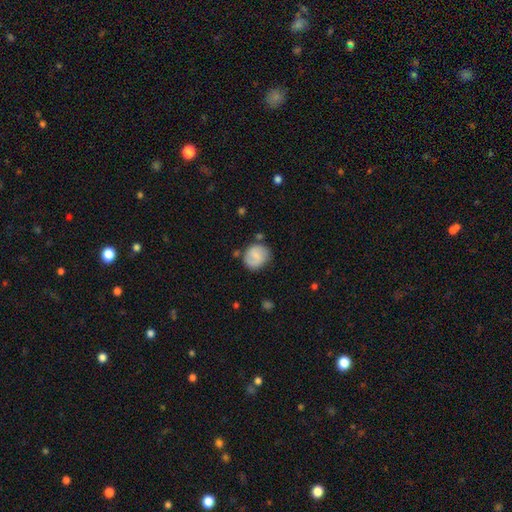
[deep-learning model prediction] smooth 57%, featured or disk 35%, star or artifact 8%. Down the decision tree: how rounded — round (71%); merging — none (70%).